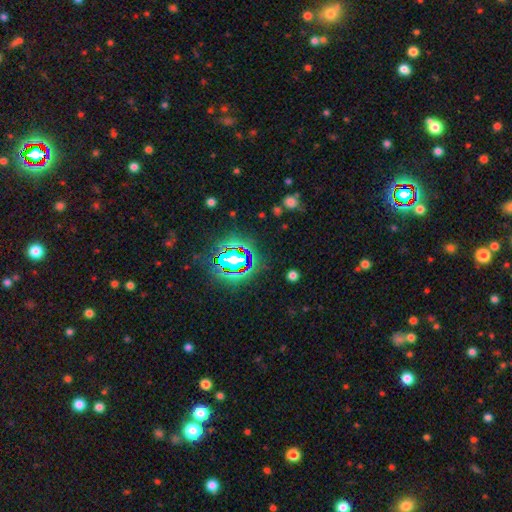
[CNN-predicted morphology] Smooth or featured? star or artifact (82%)